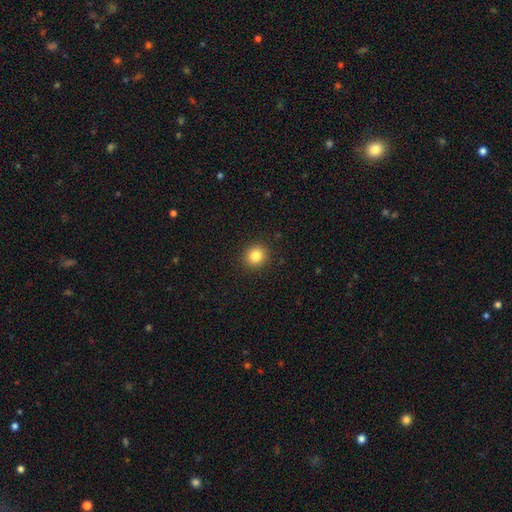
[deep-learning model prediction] This appears to be a smooth galaxy with no disk features (83%) that is round (85%). Merging: none (90%).